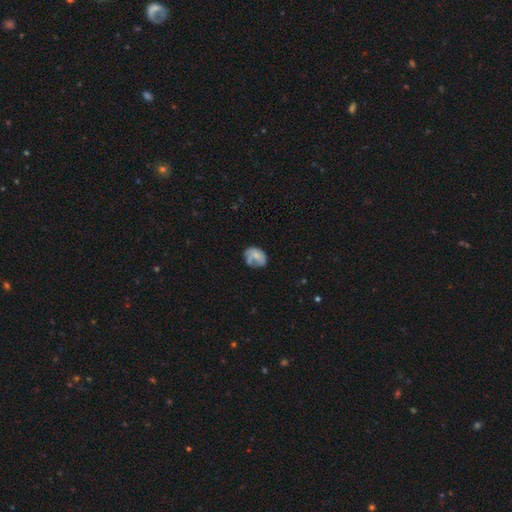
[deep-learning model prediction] A smooth galaxy with no disk features (56%) that is in between round and cigar-shaped (65%). Merging: none (39%).